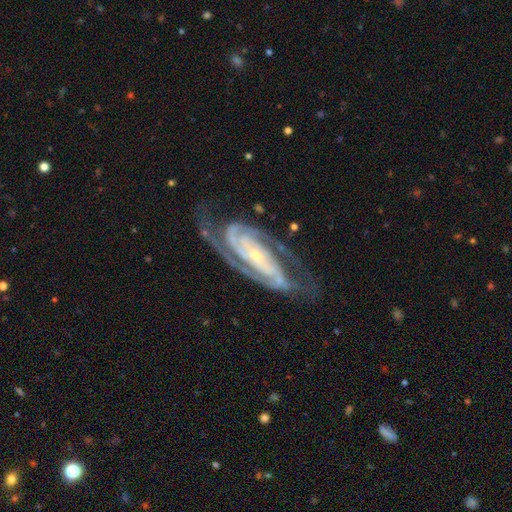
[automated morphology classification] type=featured or disk (92%); edge-on=no (95%); bar=no (49%); spiral arms=yes (98%); winding=tight (62%); arm count=2 (66%); bulge=small (80%); merging=none (72%).